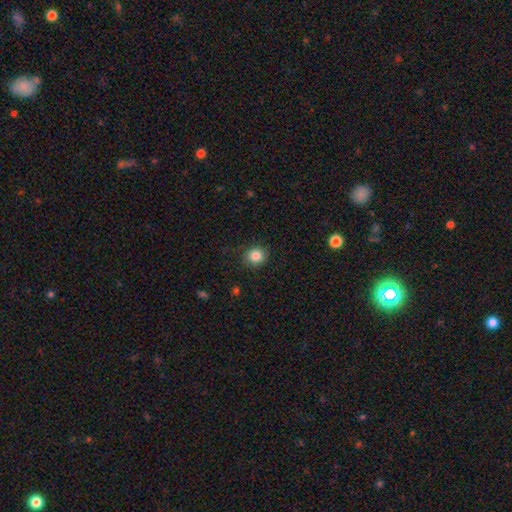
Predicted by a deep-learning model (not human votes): A smooth galaxy with no disk features (85%) that is round (85%).

Vote fractions:
- Smooth or featured? smooth: 85% / star or artifact: 10% / featured or disk: 5%
- How rounded? round: 85% / in between: 14% / cigar-shaped: 1%
- Merging? none: 85% / minor disturbance: 11% / major disturbance: 3% / merger: 1%